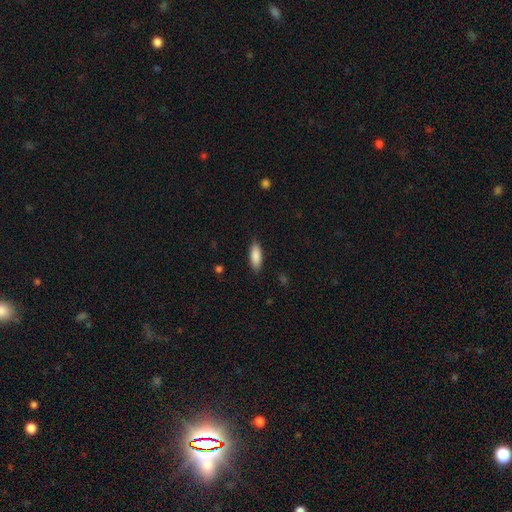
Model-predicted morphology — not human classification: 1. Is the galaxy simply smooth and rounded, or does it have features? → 88% smooth, 6% featured or disk, 6% star or artifact.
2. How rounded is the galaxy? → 71% in between, 27% cigar-shaped, 2% round.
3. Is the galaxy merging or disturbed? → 87% none, 10% minor disturbance, 2% major disturbance, 1% merger.